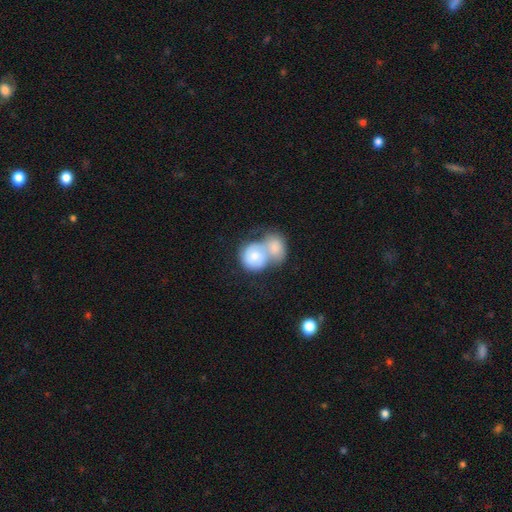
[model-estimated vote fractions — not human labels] Smooth or featured?
  - smooth: 64% *
  - featured or disk: 30%
  - star or artifact: 6%
How rounded?
  - round: 68% *
  - in between: 31%
  - cigar-shaped: 1%
Merging?
  - merger: 78% *
  - none: 11%
  - major disturbance: 6%
  - minor disturbance: 6%